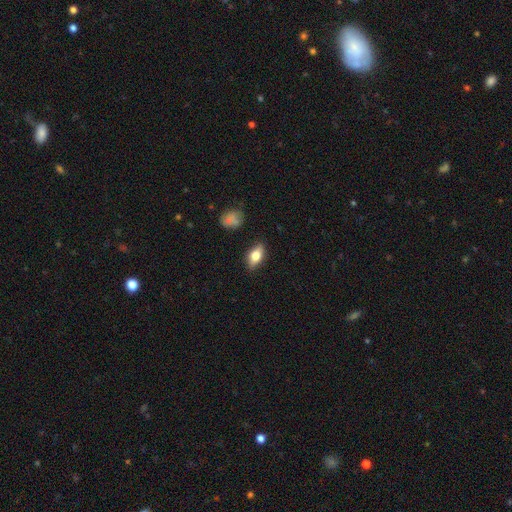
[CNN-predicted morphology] smooth 70%, featured or disk 22%, star or artifact 8%. Down the decision tree: how rounded — in between (84%); merging — none (84%).